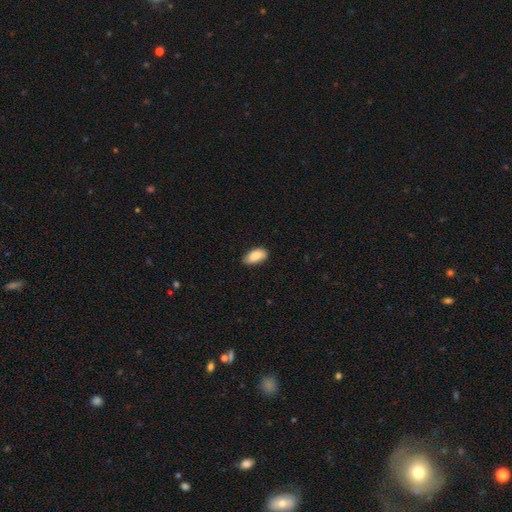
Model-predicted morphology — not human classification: The model was most divided on "merging": none: 74%, minor disturbance: 22%, major disturbance: 3%, merger: 1%. More confident: how rounded — in between (93%); smooth or featured — smooth (86%).